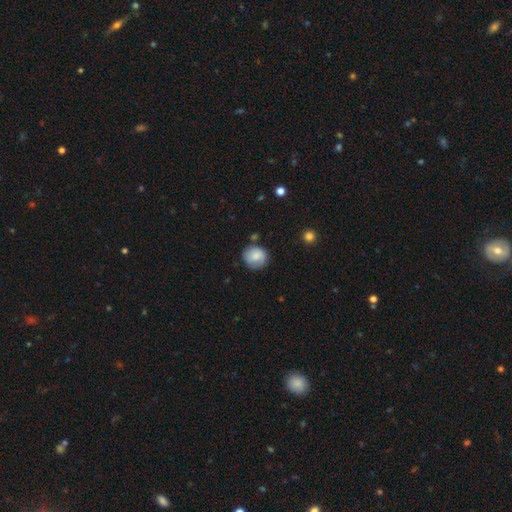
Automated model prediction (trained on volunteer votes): smooth_or_featured: smooth (p=0.78) [alt: featured or disk p=0.14]
how_rounded: round (p=0.87) [alt: in between p=0.12]
merging: none (p=0.75) [alt: minor disturbance p=0.17]